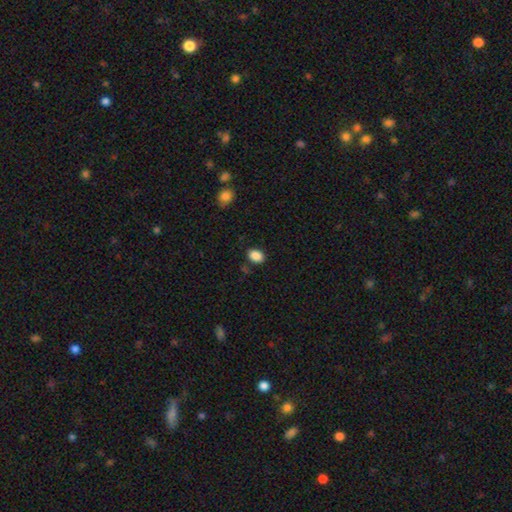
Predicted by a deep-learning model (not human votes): This appears to be a smooth galaxy with no disk features (88%) that is in between round and cigar-shaped (75%). Merging: none (84%).